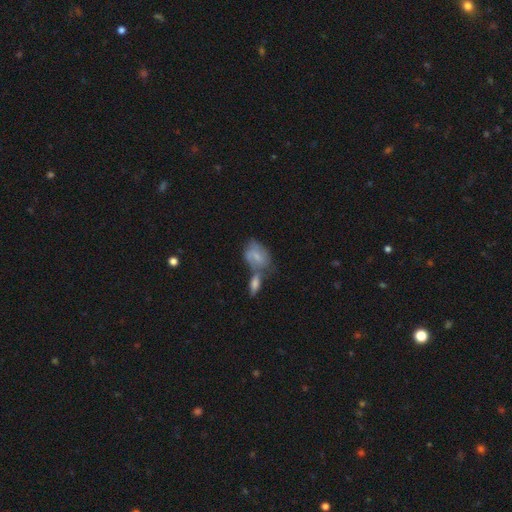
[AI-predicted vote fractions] A smooth galaxy with no disk features (52%) that is in between round and cigar-shaped (78%). Merging: merger (41%).